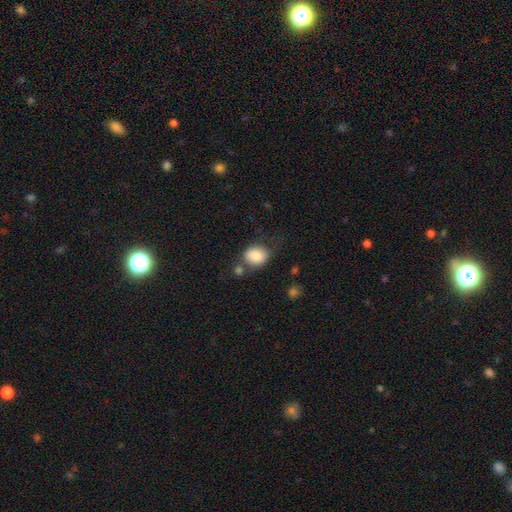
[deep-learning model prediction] Morphology: type=smooth (84%); roundness=round (56%); merging=none (57%).